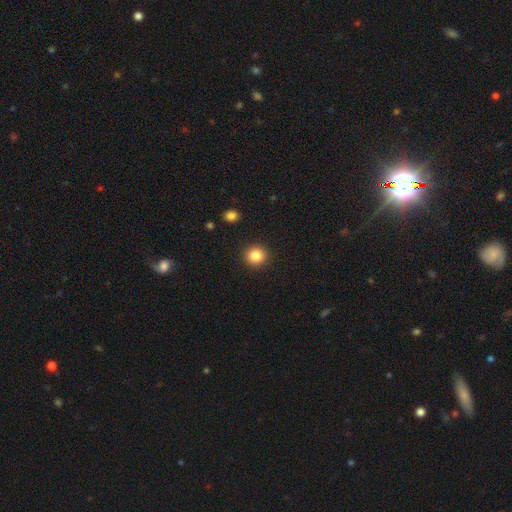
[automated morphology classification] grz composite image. It shows a smooth galaxy with no disk features (85%) that is round (90%). Merging: none (92%).